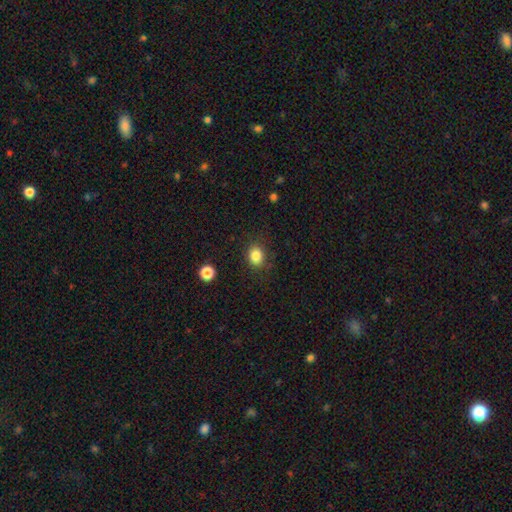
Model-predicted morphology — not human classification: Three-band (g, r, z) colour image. It shows a smooth galaxy with no disk features (84%) that is round (59%). Merging: none (82%).